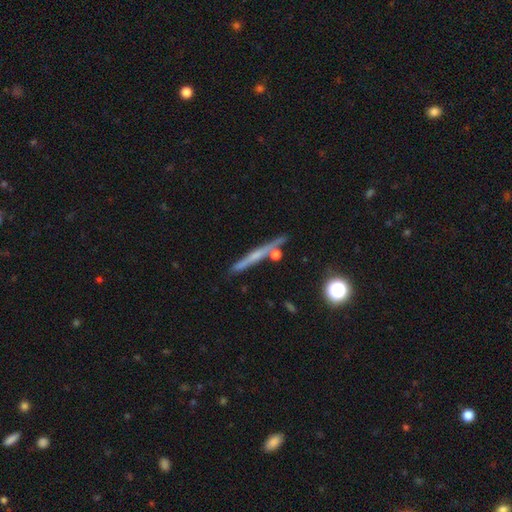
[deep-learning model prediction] smooth_or_featured: featured or disk (p=0.58) [alt: smooth p=0.32]
disk_edge_on: yes (p=0.96) [alt: no p=0.04]
edge_on_bulge: none (p=0.53) [alt: rounded p=0.41]
merging: none (p=0.81) [alt: minor disturbance p=0.10]